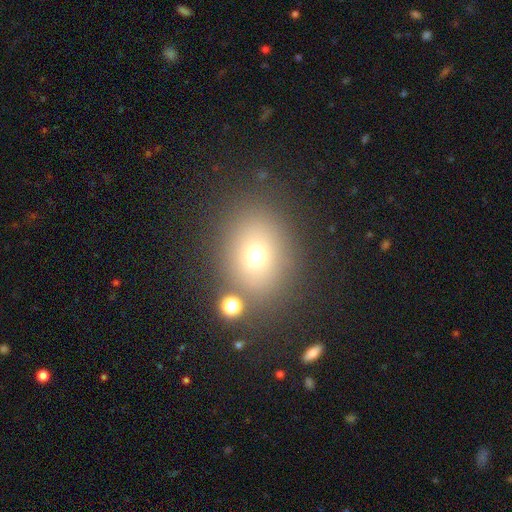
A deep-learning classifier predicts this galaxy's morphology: A smooth galaxy with no disk features (67%) that is round (50%).

Vote fractions:
- Smooth or featured? smooth: 67% / star or artifact: 18% / featured or disk: 14%
- How rounded? round: 50% / in between: 49% / cigar-shaped: 1%
- Merging? none: 79% / minor disturbance: 10% / merger: 6% / major disturbance: 5%